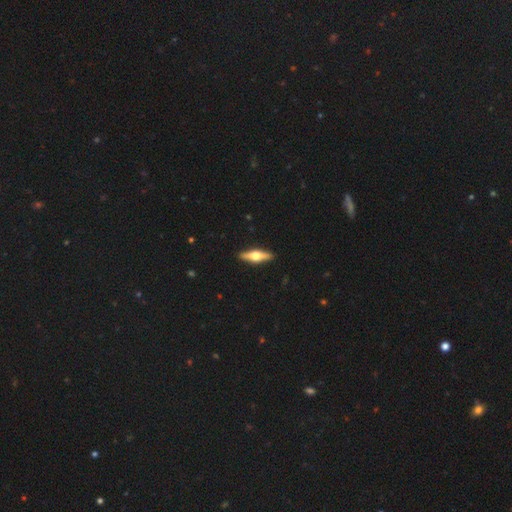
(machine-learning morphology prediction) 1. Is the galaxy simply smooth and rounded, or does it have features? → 64% featured or disk, 31% smooth, 5% star or artifact.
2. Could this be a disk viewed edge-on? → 96% yes, 4% no.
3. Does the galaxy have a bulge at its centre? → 96% rounded, 3% boxy, 1% none.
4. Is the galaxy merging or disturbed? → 92% none, 6% minor disturbance, 1% major disturbance, 1% merger.